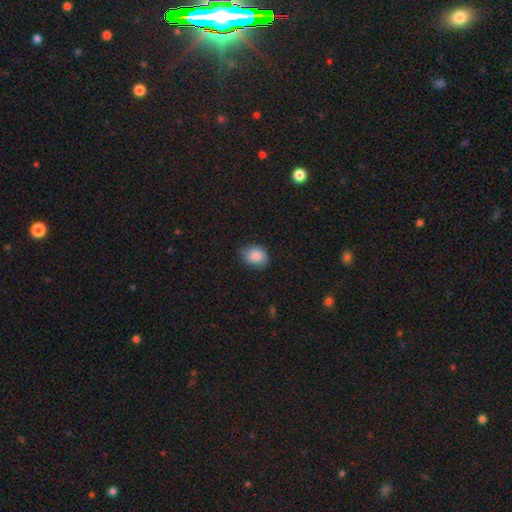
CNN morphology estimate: type=smooth (83%); roundness=round (57%); merging=none (74%).